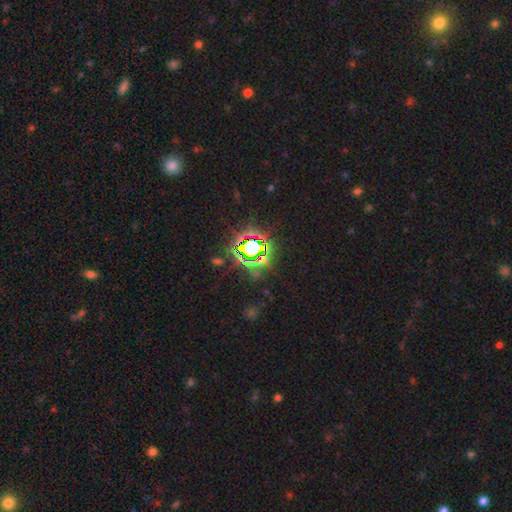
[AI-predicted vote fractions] A star or artifact, not a galaxy (80%).